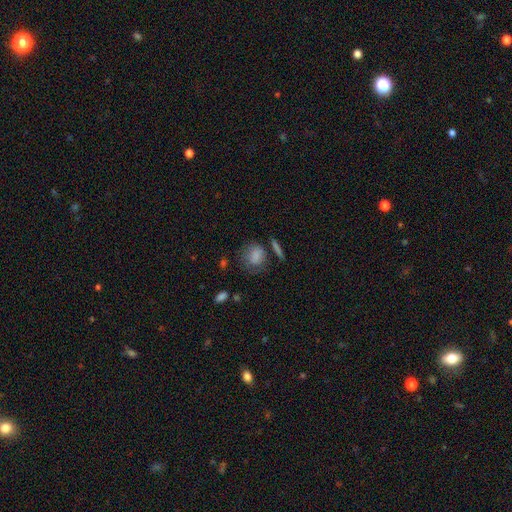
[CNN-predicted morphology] smooth_or_featured: smooth (p=0.78) [alt: featured or disk p=0.12]
how_rounded: round (p=0.60) [alt: in between p=0.37]
merging: none (p=0.54) [alt: minor disturbance p=0.23]